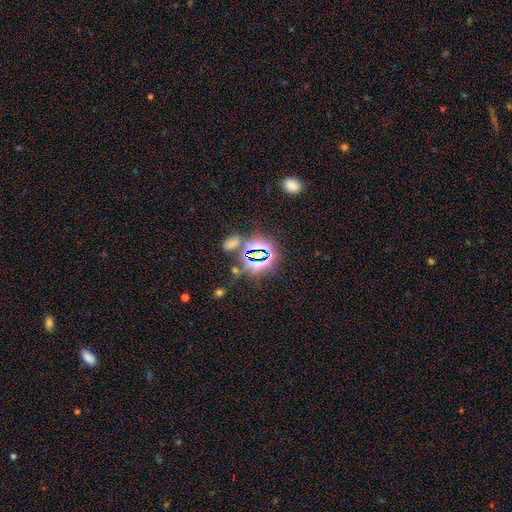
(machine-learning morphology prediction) A star or artifact, not a galaxy (74%).